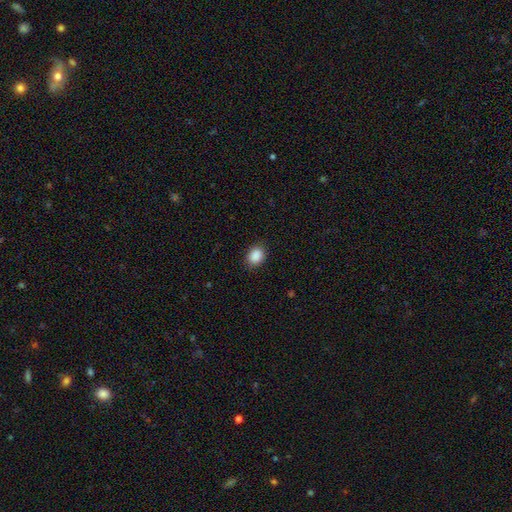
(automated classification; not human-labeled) This is clearly a smooth galaxy (89%). How rounded: likely in between (60%). Merging: clearly none (87%).